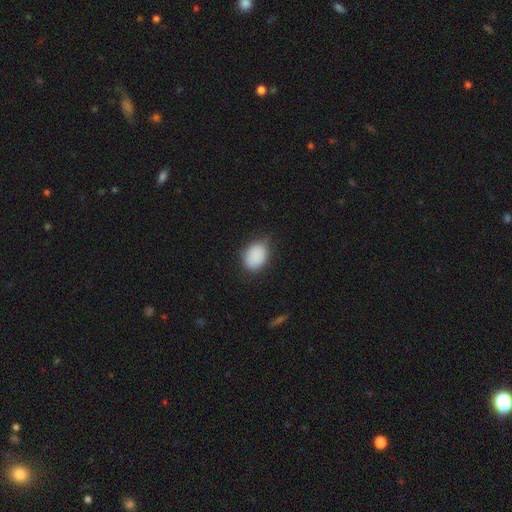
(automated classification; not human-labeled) This is clearly a smooth galaxy (87%). How rounded: likely in between (68%). Merging: likely none (65%).